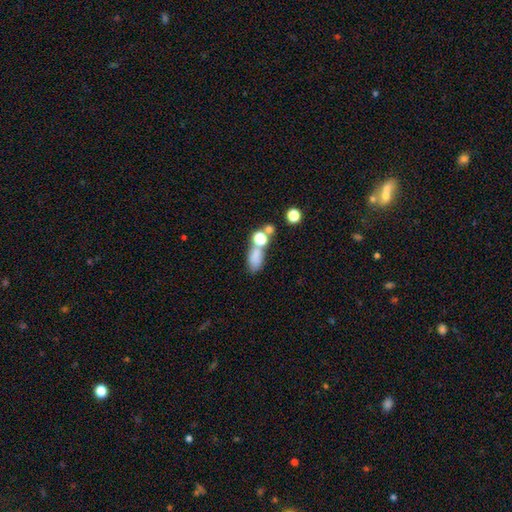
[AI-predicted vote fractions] smooth-or-featured: smooth: 74% | star or artifact: 15% | featured or disk: 11%
  how-rounded: in between: 76% | round: 17% | cigar-shaped: 7%
  merging: none: 47% | merger: 31% | minor disturbance: 14% | major disturbance: 8%